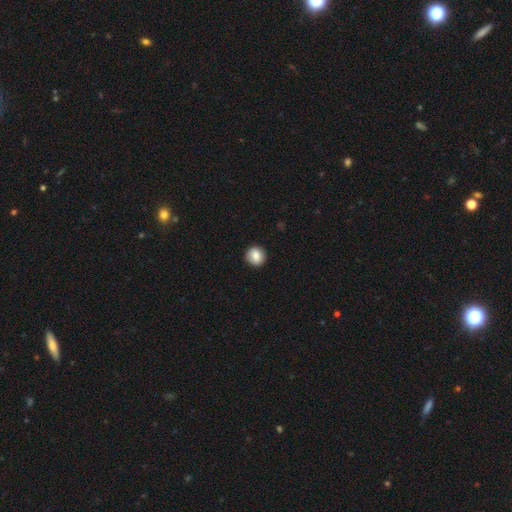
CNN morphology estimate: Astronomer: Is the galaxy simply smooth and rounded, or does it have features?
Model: smooth — 84%.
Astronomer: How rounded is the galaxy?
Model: round — 89%.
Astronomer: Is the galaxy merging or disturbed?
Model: none — 90%.